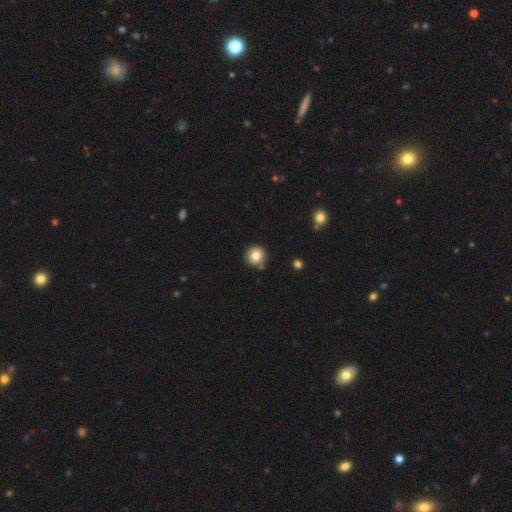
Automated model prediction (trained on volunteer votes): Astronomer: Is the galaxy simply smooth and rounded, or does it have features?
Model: smooth — 82%.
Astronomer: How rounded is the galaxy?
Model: round — 95%.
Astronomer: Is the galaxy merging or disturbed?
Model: none — 84%.